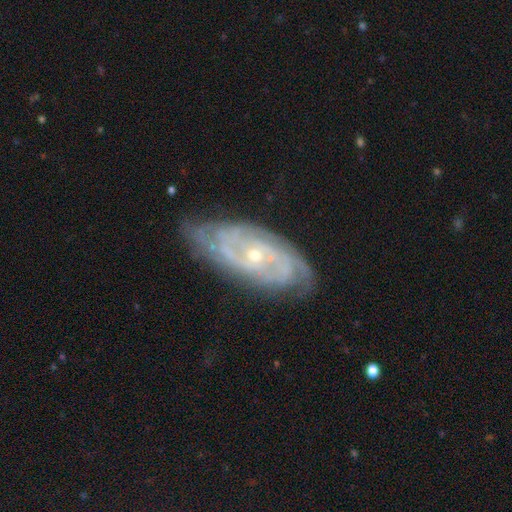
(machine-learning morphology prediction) featured or disk 87%, smooth 7%, star or artifact 6%. Down the decision tree: edge-on disk — no (92%); bar — no (68%); spiral arms — yes (95%); spiral arm count — can't tell (33%); spiral winding — tight (71%); bulge size — small (65%); merging — none (74%).